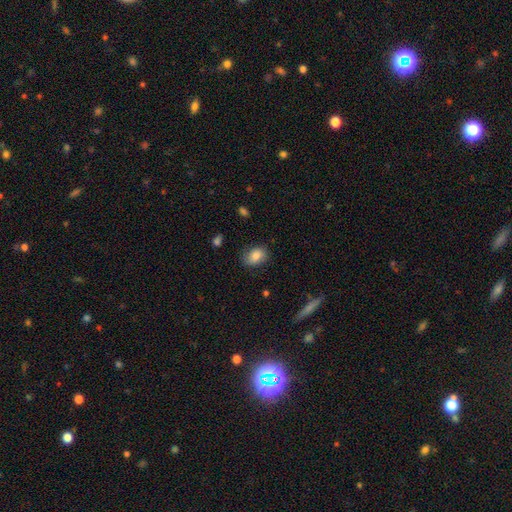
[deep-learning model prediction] Overall: smooth (82%). How rounded: in between (76%). Merging: none (76%).